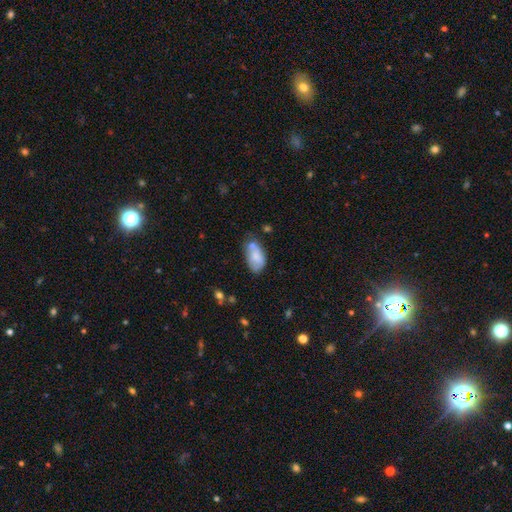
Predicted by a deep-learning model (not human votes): A smooth galaxy with no disk features (72%) that is in between round and cigar-shaped (93%).

Vote fractions:
- Smooth or featured? smooth: 72% / featured or disk: 20% / star or artifact: 8%
- How rounded? in between: 93% / round: 4% / cigar-shaped: 3%
- Merging? none: 42% / minor disturbance: 29% / merger: 18% / major disturbance: 10%